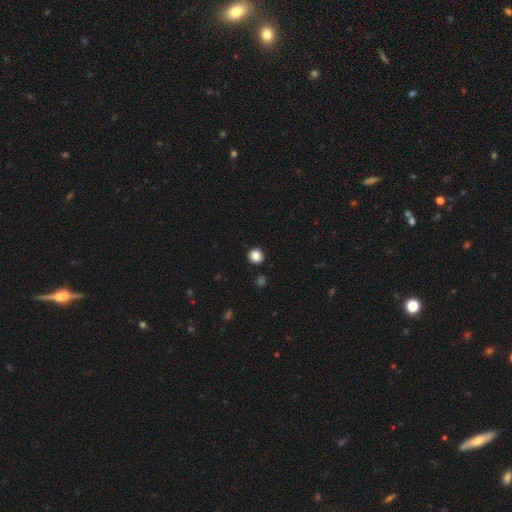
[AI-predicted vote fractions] This appears to be a smooth galaxy with no disk features (86%) that is round (88%). Merging: none (92%).